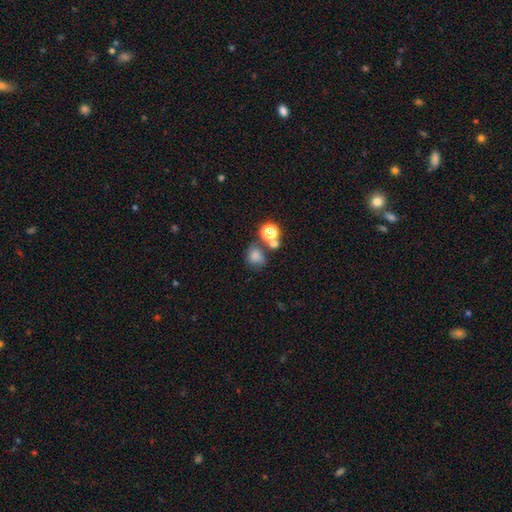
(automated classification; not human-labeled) Smooth or featured? Predicted: smooth (p=0.74). How rounded? Predicted: round (p=0.71). Merging? Predicted: none (p=0.52).